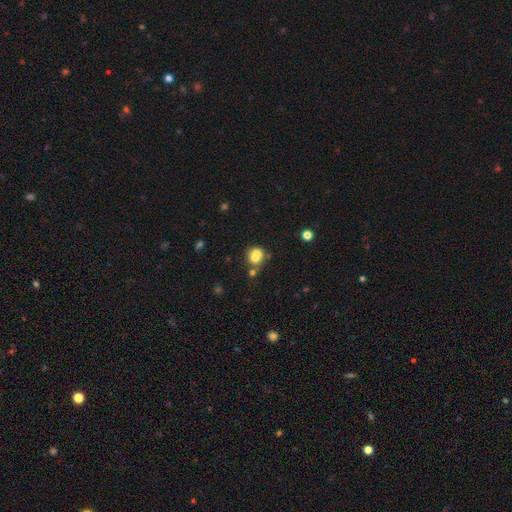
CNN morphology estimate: This is likely a smooth galaxy (72%). How rounded: likely round (65%). Merging: possibly merger (46%).